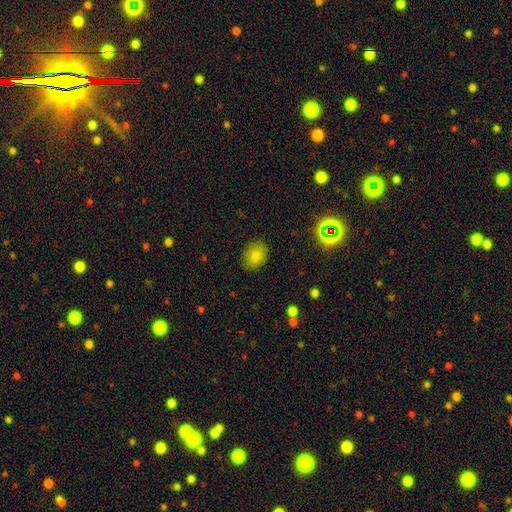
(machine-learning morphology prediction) smooth-or-featured: smooth: 82% | star or artifact: 12% | featured or disk: 6%
  how-rounded: in between: 64% | round: 35% | cigar-shaped: 1%
  merging: none: 85% | minor disturbance: 11% | major disturbance: 3% | merger: 1%